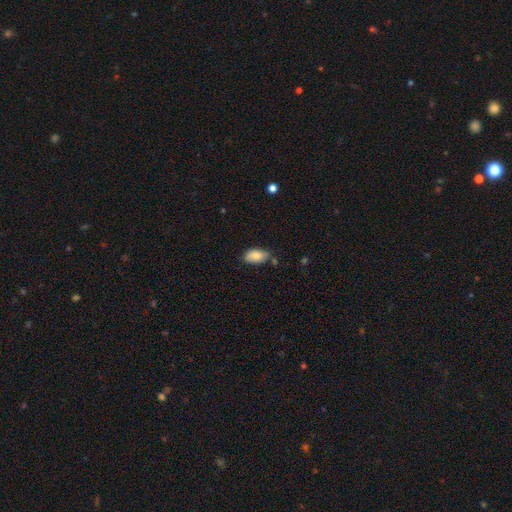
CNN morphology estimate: type=smooth (85%); roundness=in between (93%); merging=none (69%).